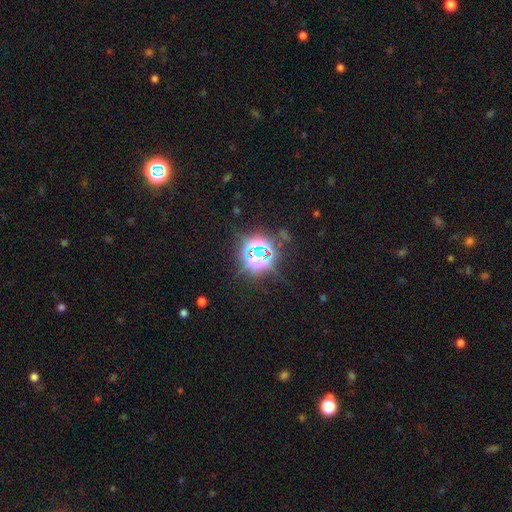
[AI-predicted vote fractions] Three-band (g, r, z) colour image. It shows a star or artifact, not a galaxy (79%).